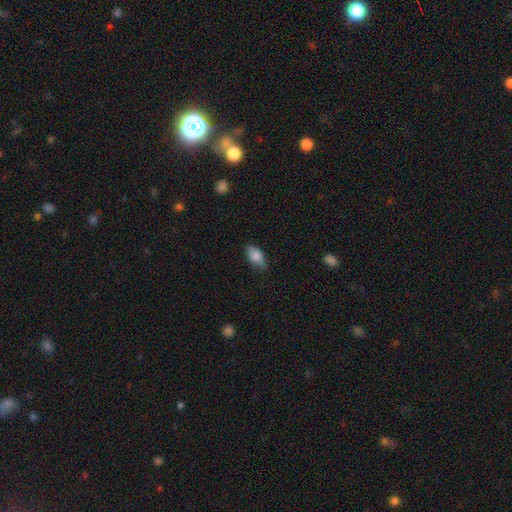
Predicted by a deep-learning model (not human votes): A smooth galaxy with no disk features (84%) that is in between round and cigar-shaped (90%).

Vote fractions:
- Smooth or featured? smooth: 84% / featured or disk: 9% / star or artifact: 7%
- How rounded? in between: 90% / cigar-shaped: 5% / round: 5%
- Merging? none: 80% / minor disturbance: 16% / major disturbance: 3% / merger: 1%